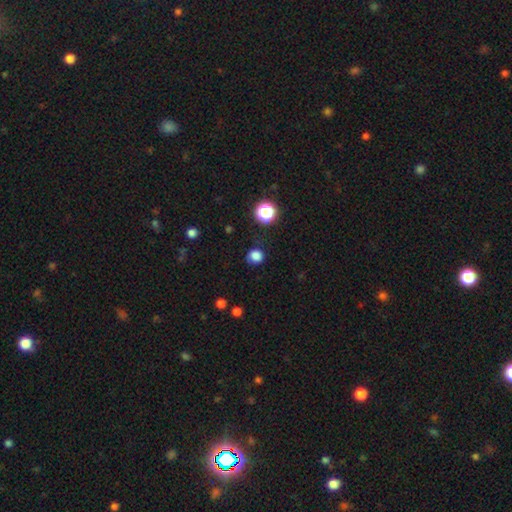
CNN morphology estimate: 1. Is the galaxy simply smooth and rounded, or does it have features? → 82% smooth, 13% star or artifact, 4% featured or disk.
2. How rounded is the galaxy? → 81% round, 18% in between, 1% cigar-shaped.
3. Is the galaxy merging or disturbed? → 76% none, 17% minor disturbance, 5% major disturbance, 2% merger.